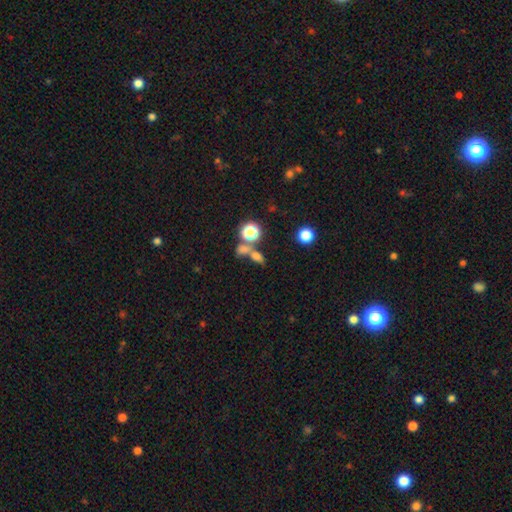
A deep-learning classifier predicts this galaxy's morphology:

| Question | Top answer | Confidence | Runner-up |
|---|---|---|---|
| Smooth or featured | smooth | 66% | star or artifact (22%) |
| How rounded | in between | 59% | round (33%) |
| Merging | none | 45% | merger (37%) |